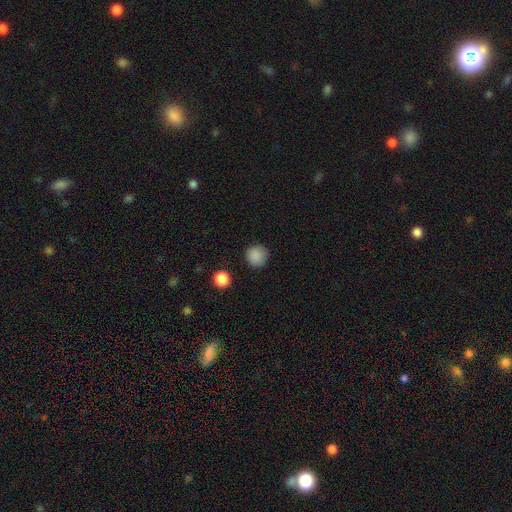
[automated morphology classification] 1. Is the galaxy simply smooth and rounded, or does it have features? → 87% smooth, 10% star or artifact, 3% featured or disk.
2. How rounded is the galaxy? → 94% round, 5% in between, 1% cigar-shaped.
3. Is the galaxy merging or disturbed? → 88% none, 8% minor disturbance, 2% major disturbance, 1% merger.